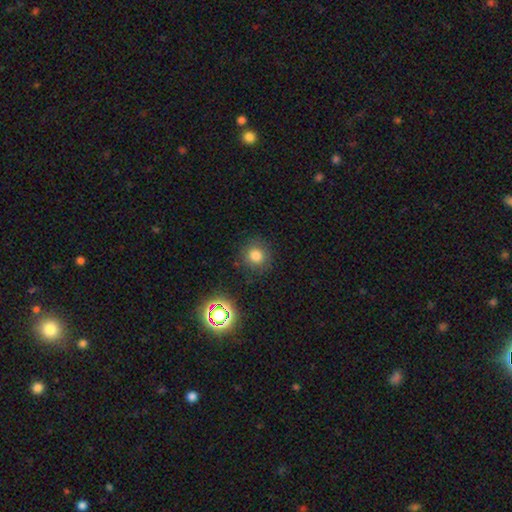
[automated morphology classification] Smooth or featured? smooth (79%)
How rounded? round (90%)
Merging? none (86%)